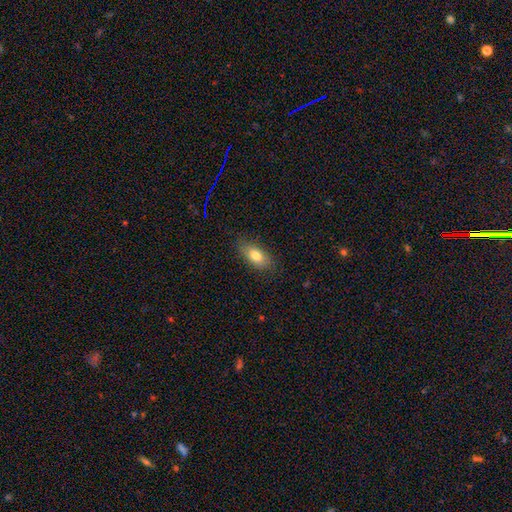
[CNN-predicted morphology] Smooth or featured: smooth — 78% (featured or disk — 14%)
How rounded: in between — 86% (cigar-shaped — 8%)
Merging: none — 81% (minor disturbance — 15%)